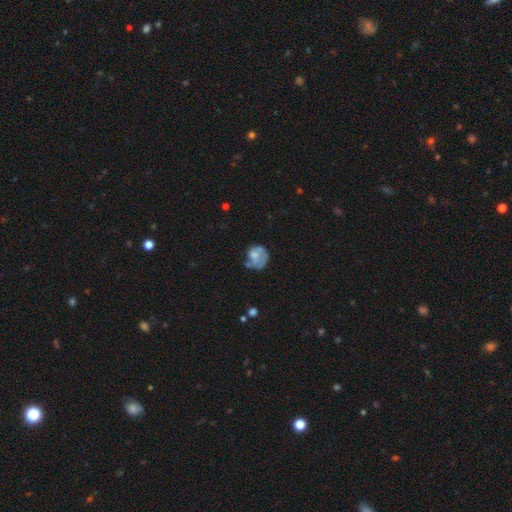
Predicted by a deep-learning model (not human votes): Overall: featured or disk (49%; smooth 43%). Merging: none (37%; major disturbance 28%).